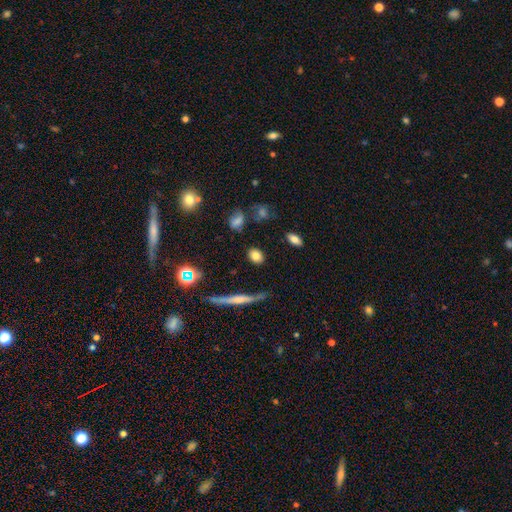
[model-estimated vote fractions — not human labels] Smooth or featured? Predicted: smooth (p=0.76). How rounded? Predicted: in between (p=0.59). Merging? Predicted: none (p=0.83).